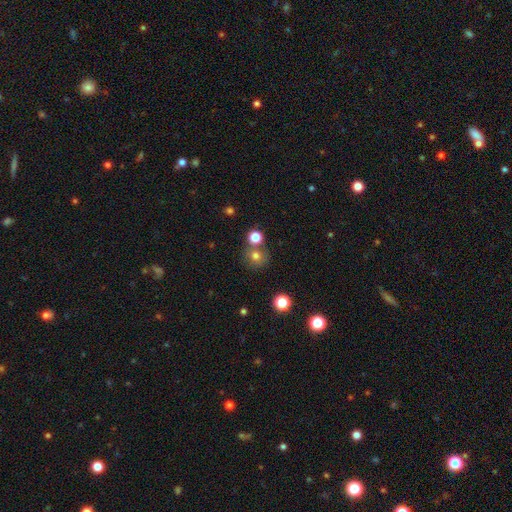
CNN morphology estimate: A smooth galaxy with no disk features (72%) that is round (89%).

Vote fractions:
- Smooth or featured? smooth: 72% / star or artifact: 18% / featured or disk: 10%
- How rounded? round: 89% / in between: 10% / cigar-shaped: 1%
- Merging? none: 67% / merger: 21% / minor disturbance: 9% / major disturbance: 3%